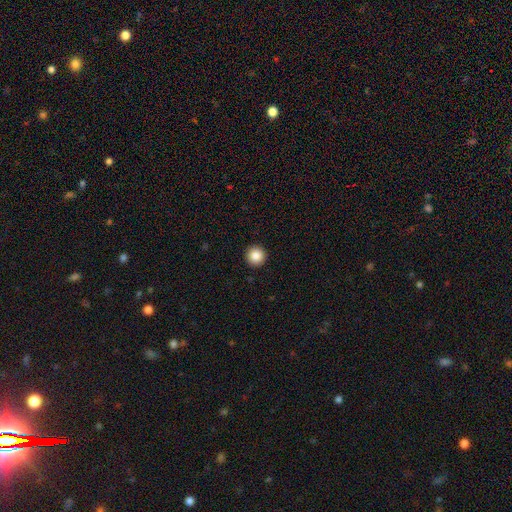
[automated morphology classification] Smooth or featured? smooth (87%)
How rounded? round (96%)
Merging? none (94%)